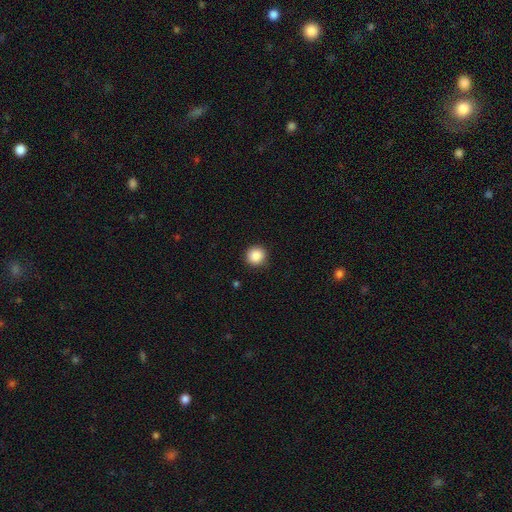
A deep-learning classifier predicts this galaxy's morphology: A smooth galaxy with no disk features (88%) that is round (94%).

Vote fractions:
- Smooth or featured? smooth: 88% / star or artifact: 9% / featured or disk: 3%
- How rounded? round: 94% / in between: 5% / cigar-shaped: 1%
- Merging? none: 91% / minor disturbance: 6% / major disturbance: 2% / merger: 1%